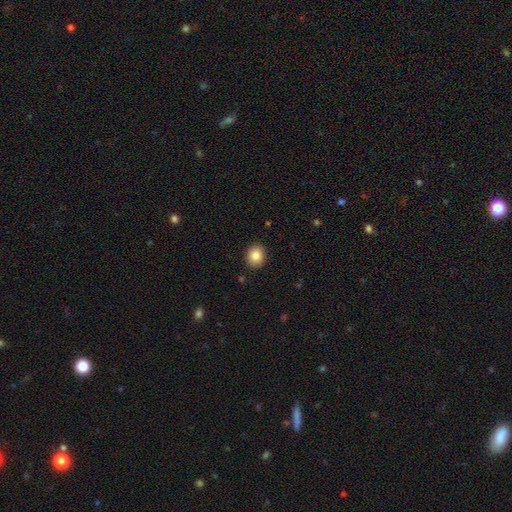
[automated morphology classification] Smooth or featured? smooth (85%)
How rounded? round (63%)
Merging? none (90%)